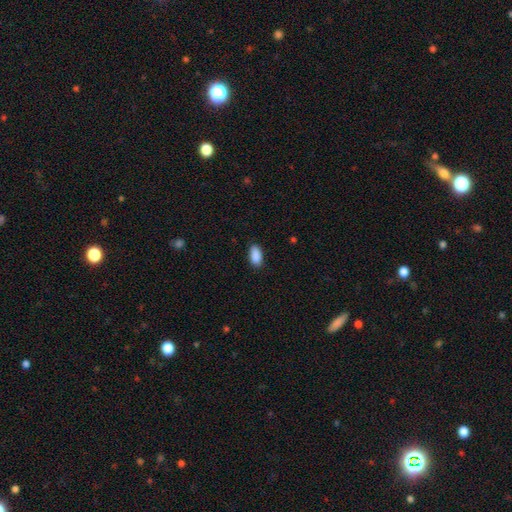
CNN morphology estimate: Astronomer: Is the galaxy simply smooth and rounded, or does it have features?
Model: smooth — 90%.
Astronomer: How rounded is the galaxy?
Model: in between — 93%.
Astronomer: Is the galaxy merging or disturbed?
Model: none — 87%.